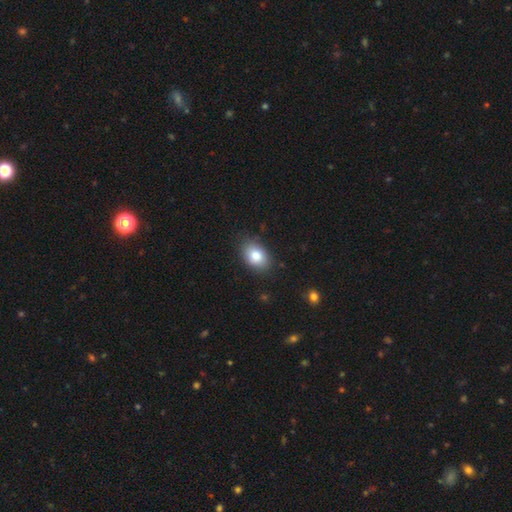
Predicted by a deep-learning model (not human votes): smooth-or-featured: smooth: 83% | featured or disk: 9% | star or artifact: 8%
  how-rounded: in between: 80% | round: 19% | cigar-shaped: 1%
  merging: none: 84% | minor disturbance: 12% | major disturbance: 3% | merger: 1%